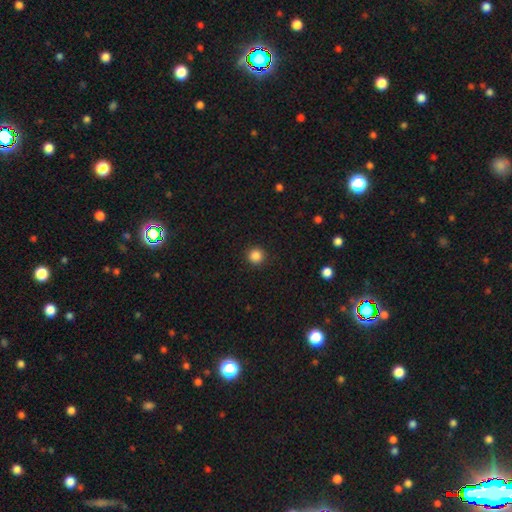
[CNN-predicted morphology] type=smooth (86%); roundness=round (95%); merging=none (92%).